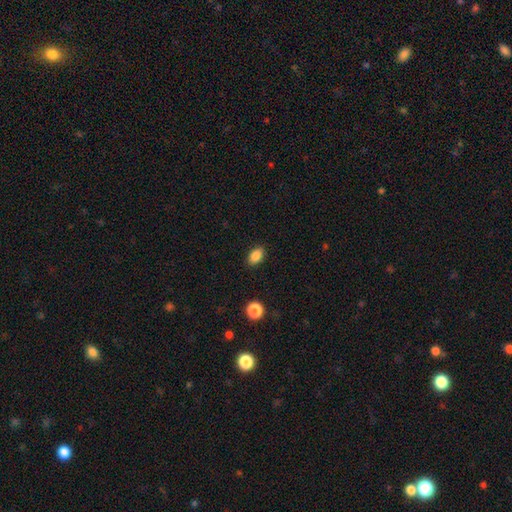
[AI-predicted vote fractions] smooth 86%, star or artifact 9%, featured or disk 4%. Down the decision tree: how rounded — in between (84%); merging — none (87%).